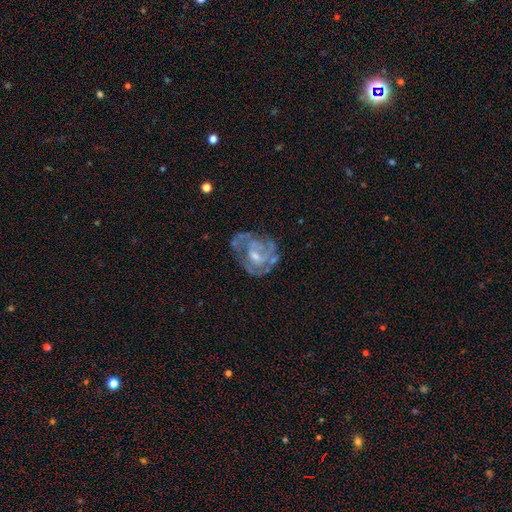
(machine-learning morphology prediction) Overall: featured or disk (80%). Edge-on disk: no (97%). Bar: no (53%; weak 38%). Spiral arms: yes (78%). Spiral arm count: can't tell (37%; 2 29%). Spiral winding: tight (52%; medium 37%). Bulge size: small (45%; moderate 43%). Merging: none (57%; minor disturbance 22%).